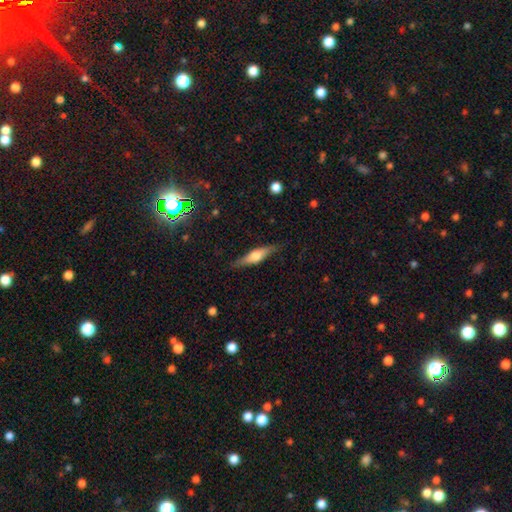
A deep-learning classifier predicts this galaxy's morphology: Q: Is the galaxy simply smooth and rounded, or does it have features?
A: featured or disk — 51%.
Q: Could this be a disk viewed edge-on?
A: yes — 93%.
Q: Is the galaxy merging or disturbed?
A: none — 82%.